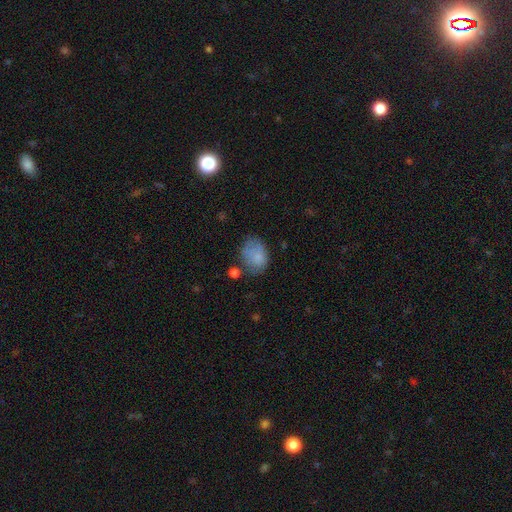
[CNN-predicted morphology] smooth_or_featured: smooth (p=0.78) [alt: featured or disk p=0.13]
how_rounded: in between (p=0.69) [alt: round p=0.30]
merging: none (p=0.51) [alt: minor disturbance p=0.29]